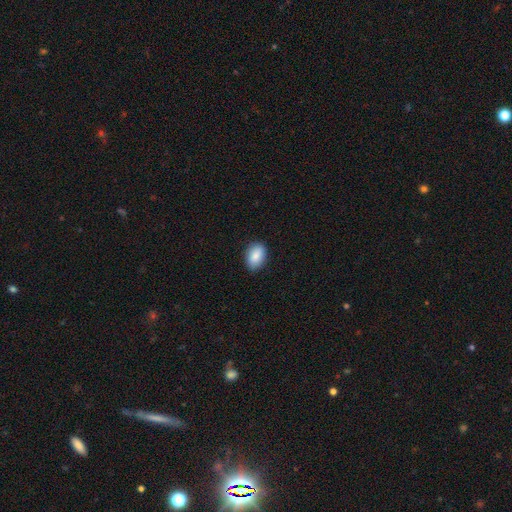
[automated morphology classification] type=smooth (88%); roundness=in between (88%); merging=none (87%).